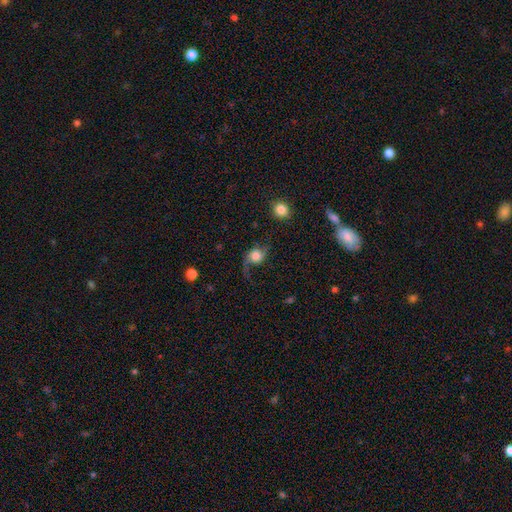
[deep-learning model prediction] smooth-or-featured: featured or disk: 49% | smooth: 42% | star or artifact: 9%
  merging: none: 49% | major disturbance: 27% | minor disturbance: 21% | merger: 3%